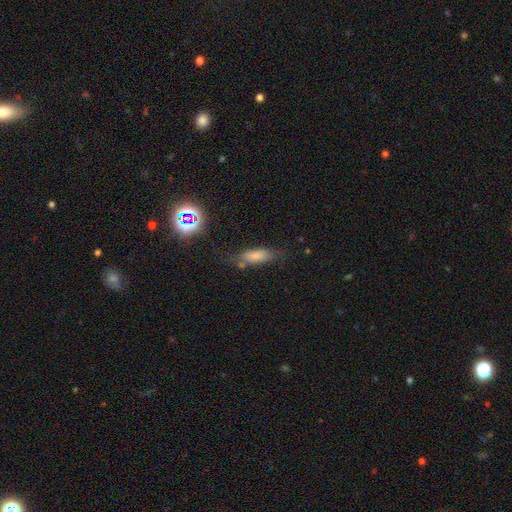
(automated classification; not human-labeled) Smooth or featured? smooth (74%)
How rounded? in between (63%)
Merging? none (60%)